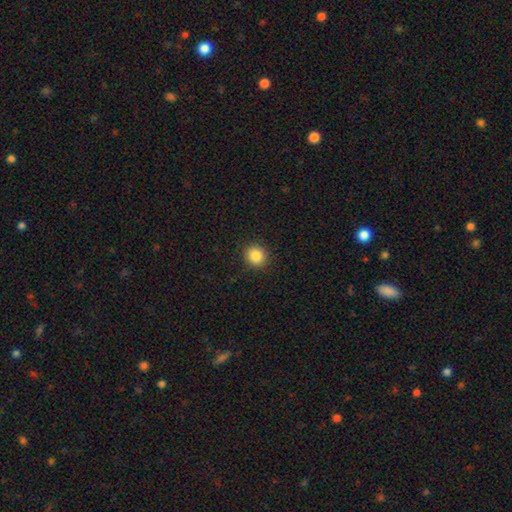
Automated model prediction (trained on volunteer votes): Smooth or featured: smooth — 86% (star or artifact — 10%)
How rounded: round — 91% (in between — 8%)
Merging: none — 91% (minor disturbance — 6%)